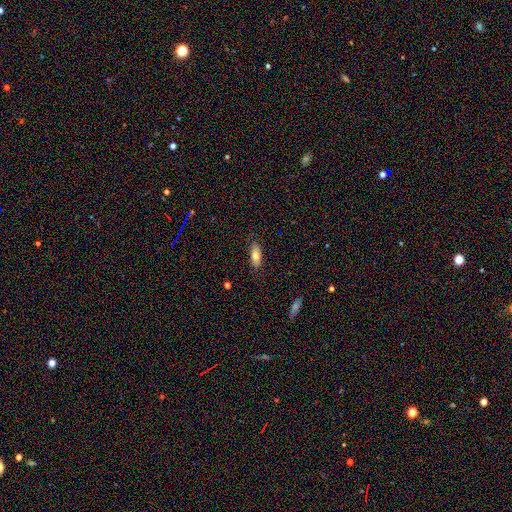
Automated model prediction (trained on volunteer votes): This is likely a smooth galaxy (74%). How rounded: likely in between (79%). Merging: clearly none (85%).